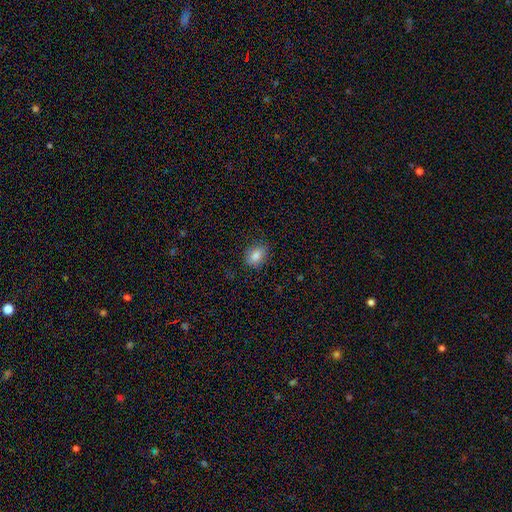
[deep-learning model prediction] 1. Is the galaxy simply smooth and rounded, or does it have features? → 84% smooth, 9% star or artifact, 7% featured or disk.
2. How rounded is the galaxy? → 73% in between, 25% round, 2% cigar-shaped.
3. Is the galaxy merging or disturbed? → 83% none, 13% minor disturbance, 3% major disturbance, 1% merger.